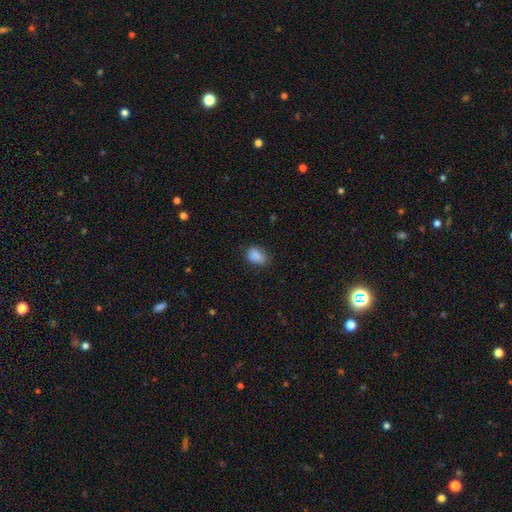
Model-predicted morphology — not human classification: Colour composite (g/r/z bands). It shows a smooth galaxy with no disk features (86%) that is in between round and cigar-shaped (73%). Merging: none (70%).